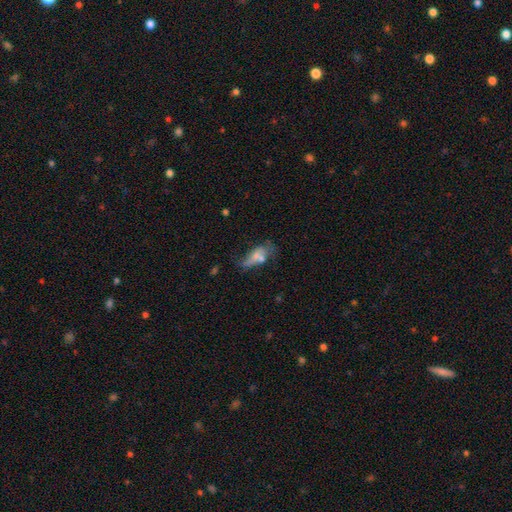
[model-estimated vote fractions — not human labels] This is possibly a smooth galaxy (50%). How rounded: likely in between (76%). Merging: marginally major disturbance (28%, tied with none).